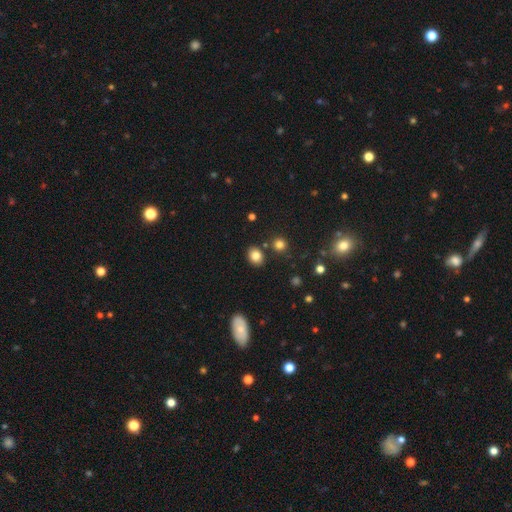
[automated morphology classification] The model was most divided on "how rounded": round: 50%, in between: 49%, cigar-shaped: 1%. More confident: smooth or featured — smooth (82%); merging — none (82%).